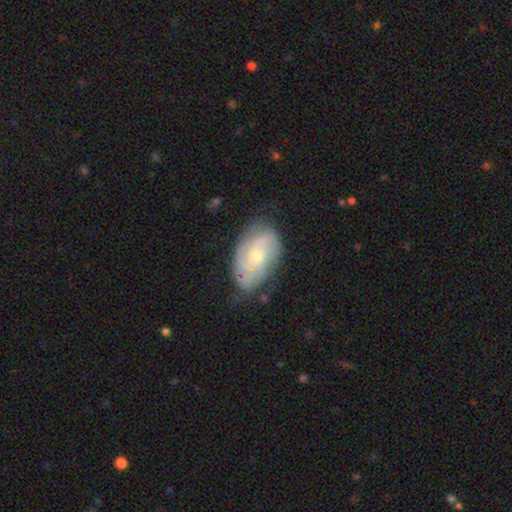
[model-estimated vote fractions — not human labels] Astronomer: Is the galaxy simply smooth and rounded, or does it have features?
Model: featured or disk — 72%.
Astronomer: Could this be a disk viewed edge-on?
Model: no — 96%.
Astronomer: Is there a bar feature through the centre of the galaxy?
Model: no — 69%.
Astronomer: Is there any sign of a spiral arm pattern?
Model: yes — 89%.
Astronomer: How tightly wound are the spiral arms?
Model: tight — 54% (runner-up: medium, 34%).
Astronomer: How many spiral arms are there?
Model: can't tell — 37% (runner-up: 2, 29%).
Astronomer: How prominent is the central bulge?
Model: small — 49% (runner-up: moderate, 47%).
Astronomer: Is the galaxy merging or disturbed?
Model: none — 68%.